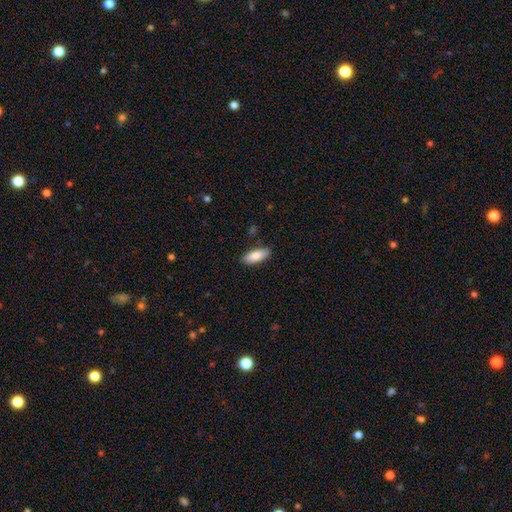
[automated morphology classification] smooth-or-featured: smooth: 85% | featured or disk: 9% | star or artifact: 6%
  how-rounded: in between: 77% | cigar-shaped: 21% | round: 2%
  merging: none: 85% | minor disturbance: 11% | major disturbance: 2% | merger: 2%